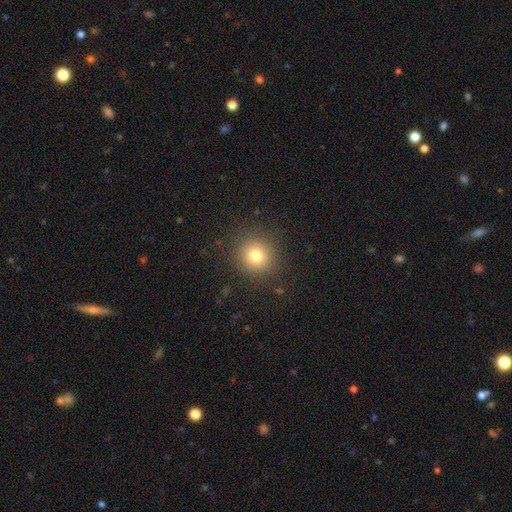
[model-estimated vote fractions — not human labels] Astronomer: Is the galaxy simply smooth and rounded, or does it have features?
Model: smooth — 79%.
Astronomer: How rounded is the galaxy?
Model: round — 90%.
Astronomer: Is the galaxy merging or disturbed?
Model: none — 88%.